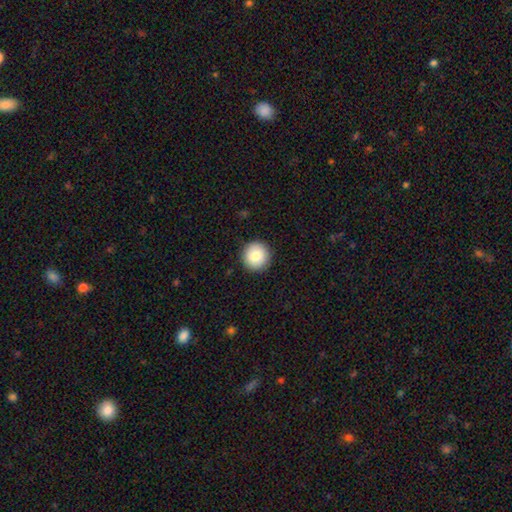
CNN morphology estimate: Smooth or featured? smooth (83%)
How rounded? round (95%)
Merging? none (92%)